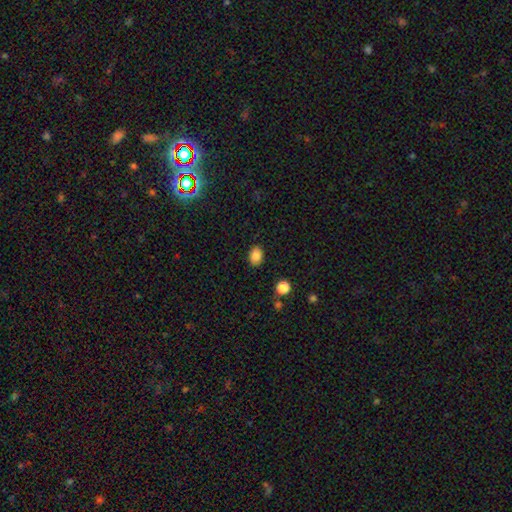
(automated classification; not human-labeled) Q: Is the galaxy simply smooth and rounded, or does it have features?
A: smooth — 85%.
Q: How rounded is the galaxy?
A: in between — 71%.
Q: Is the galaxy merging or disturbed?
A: none — 88%.